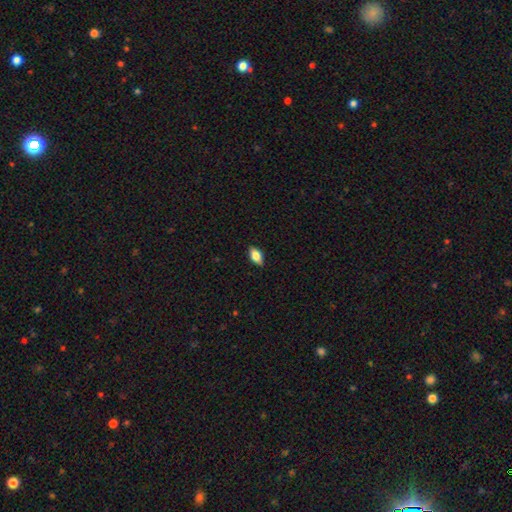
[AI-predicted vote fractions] The model was most divided on "smooth or featured": smooth: 77%, featured or disk: 16%, star or artifact: 7%. More confident: how rounded — in between (89%); merging — none (87%).